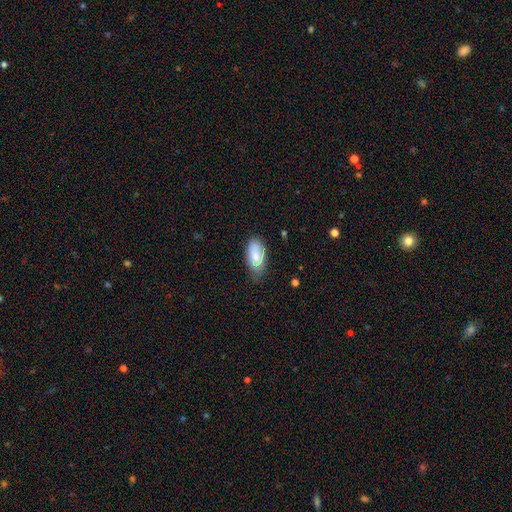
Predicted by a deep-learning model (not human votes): This is likely a smooth galaxy (74%). How rounded: clearly in between (92%). Merging: possibly none (58%).